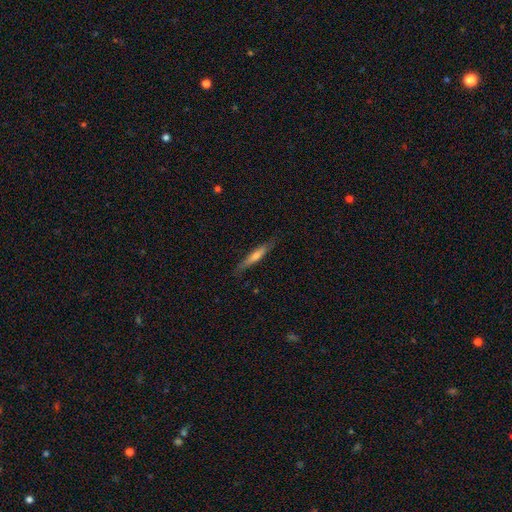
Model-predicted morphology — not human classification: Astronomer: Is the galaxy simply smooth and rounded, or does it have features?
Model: smooth — 54% (runner-up: featured or disk, 40%).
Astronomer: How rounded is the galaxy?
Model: cigar-shaped — 91%.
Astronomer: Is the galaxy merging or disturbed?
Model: none — 84%.